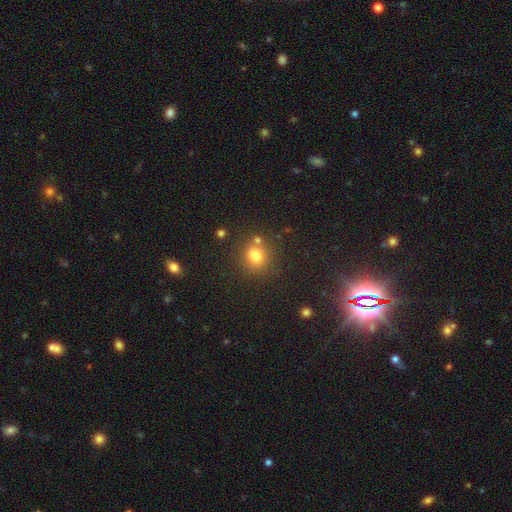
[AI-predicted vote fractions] smooth_or_featured: smooth (p=0.77) [alt: star or artifact p=0.15]
how_rounded: round (p=0.74) [alt: in between p=0.25]
merging: none (p=0.66) [alt: merger p=0.17]